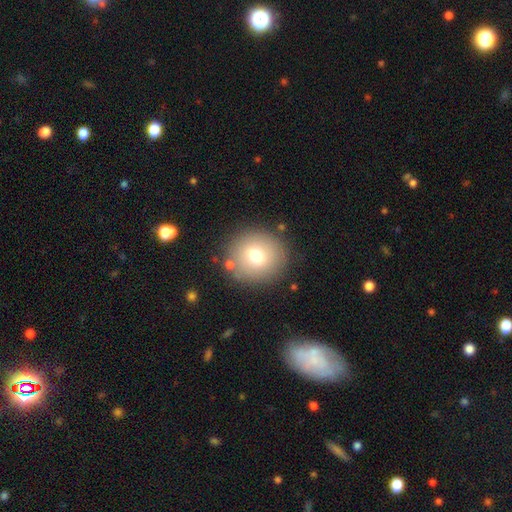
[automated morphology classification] This appears to be a smooth galaxy with no disk features (72%) that is round (88%). Merging: none (84%).